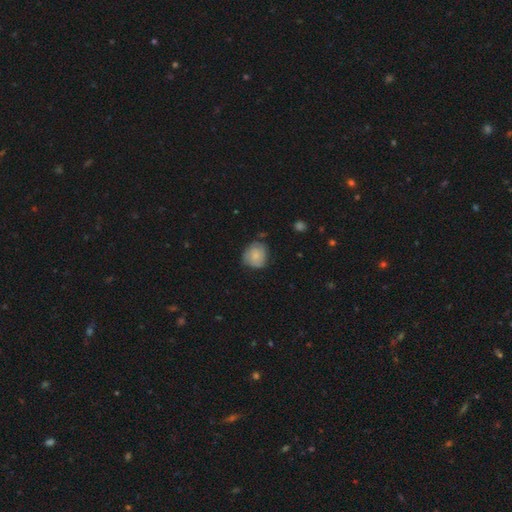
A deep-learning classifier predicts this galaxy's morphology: type=smooth (70%); roundness=round (76%); merging=none (64%).